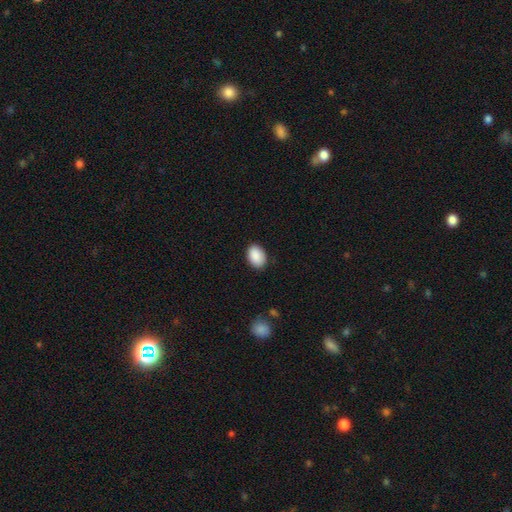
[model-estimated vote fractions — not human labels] Smooth or featured: smooth — 90% (star or artifact — 7%)
How rounded: in between — 82% (round — 17%)
Merging: none — 87% (minor disturbance — 10%)